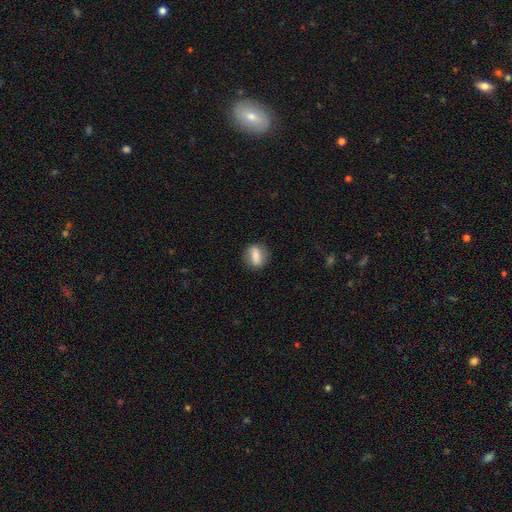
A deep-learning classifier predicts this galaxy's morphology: Overall: smooth (74%). How rounded: in between (64%; round 29%). Merging: none (83%).